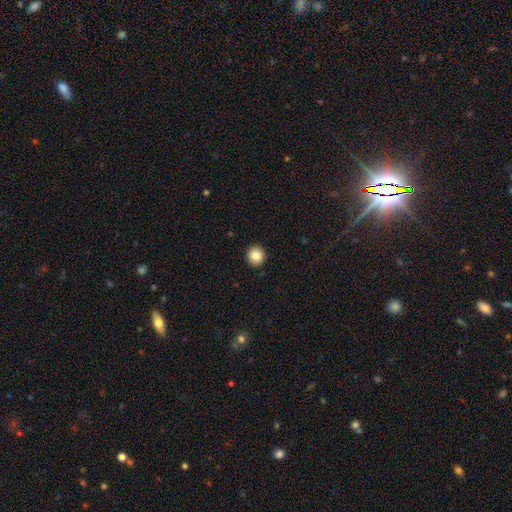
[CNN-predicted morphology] smooth_or_featured: smooth (p=0.85) [alt: star or artifact p=0.09]
how_rounded: round (p=0.94) [alt: in between p=0.05]
merging: none (p=0.93) [alt: minor disturbance p=0.05]